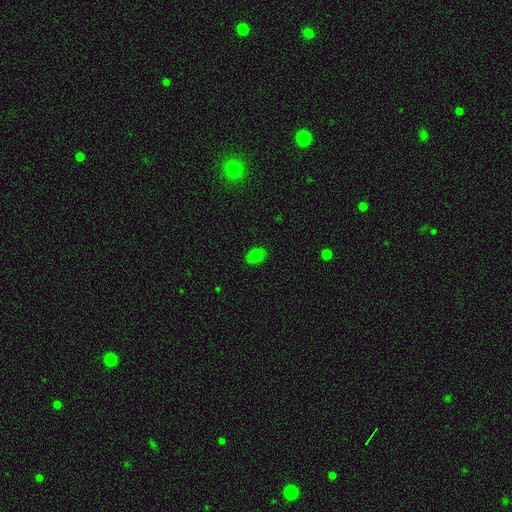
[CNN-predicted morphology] Smooth or featured: smooth — 80% (star or artifact — 15%)
How rounded: in between — 73% (round — 26%)
Merging: none — 83% (minor disturbance — 12%)